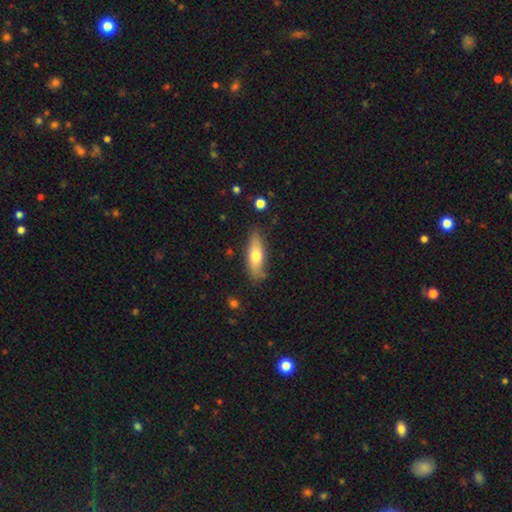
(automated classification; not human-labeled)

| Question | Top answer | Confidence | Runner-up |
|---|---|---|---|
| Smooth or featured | smooth | 67% | featured or disk (27%) |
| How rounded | in between | 61% | cigar-shaped (36%) |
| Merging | none | 77% | minor disturbance (17%) |